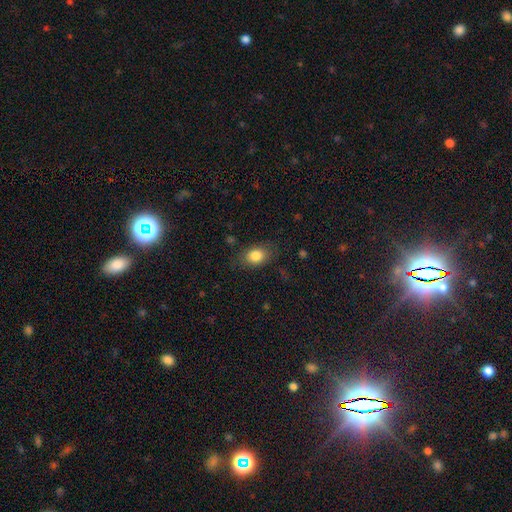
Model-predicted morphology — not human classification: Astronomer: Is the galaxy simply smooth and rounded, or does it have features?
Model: smooth — 83%.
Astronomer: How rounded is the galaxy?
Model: in between — 78%.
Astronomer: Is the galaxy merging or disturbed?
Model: none — 78%.